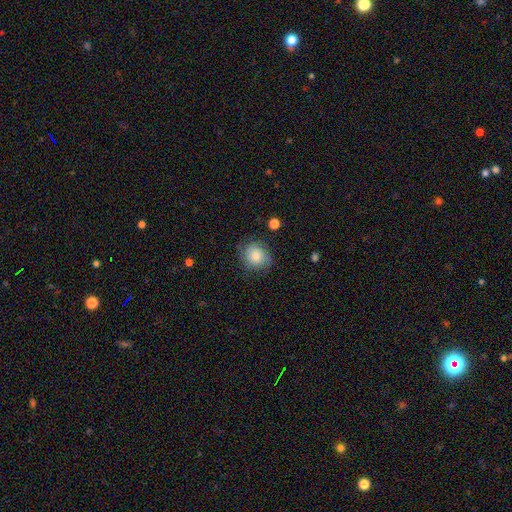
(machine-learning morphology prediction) smooth_or_featured: smooth (p=0.77) [alt: featured or disk p=0.15]
how_rounded: round (p=0.76) [alt: in between p=0.23]
merging: none (p=0.72) [alt: minor disturbance p=0.20]